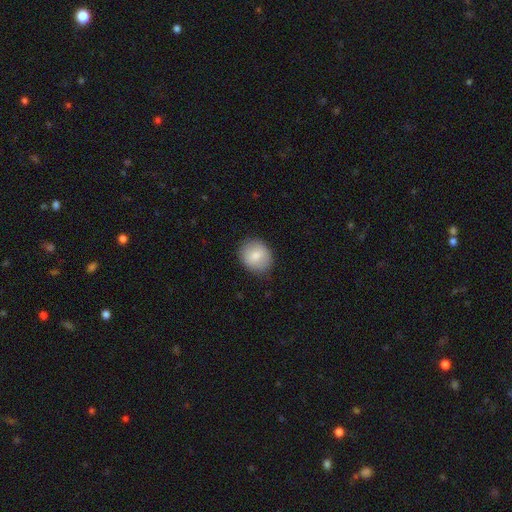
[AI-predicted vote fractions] Morphology: type=smooth (78%); roundness=round (65%); merging=none (85%).